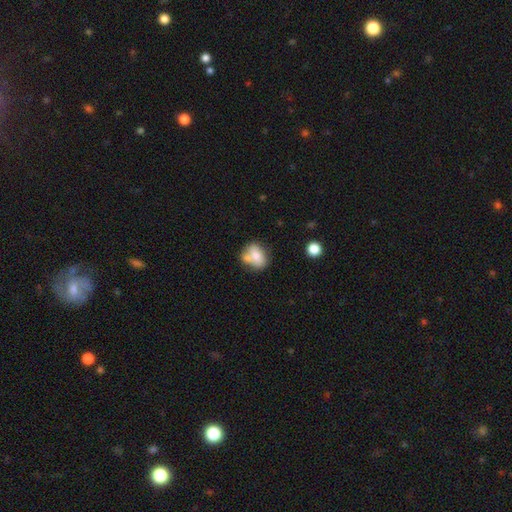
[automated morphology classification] This appears to be a smooth galaxy with no disk features (72%) that is in between round and cigar-shaped (59%). Merging: none (44%).